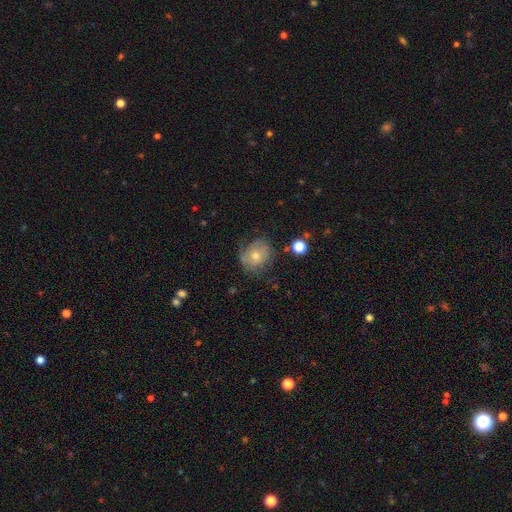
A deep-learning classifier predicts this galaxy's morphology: smooth-or-featured: featured or disk: 57% | smooth: 33% | star or artifact: 10%
  disk-edge-on: no: 97% | yes: 3%
    bar: no: 79% | weak: 18% | strong: 3%
    has-spiral-arms: yes: 80% | no: 20%
    bulge-size: moderate: 59% | small: 36% | large: 2% | none: 1% | dominant: 1%
  merging: none: 65% | minor disturbance: 23% | major disturbance: 10% | merger: 2%